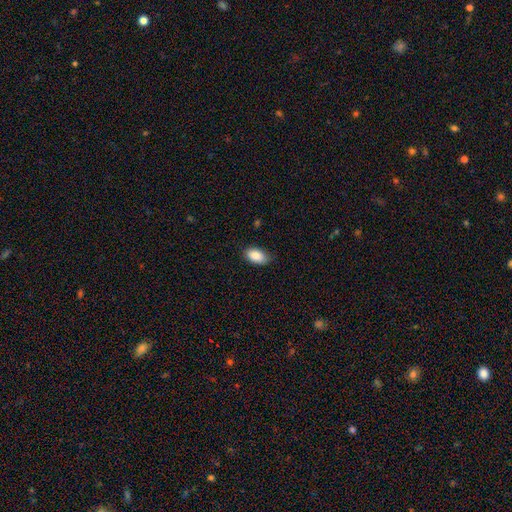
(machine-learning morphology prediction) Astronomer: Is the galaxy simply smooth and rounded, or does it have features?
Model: smooth — 88%.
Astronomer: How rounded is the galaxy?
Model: in between — 94%.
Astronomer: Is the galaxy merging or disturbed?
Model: none — 77%.